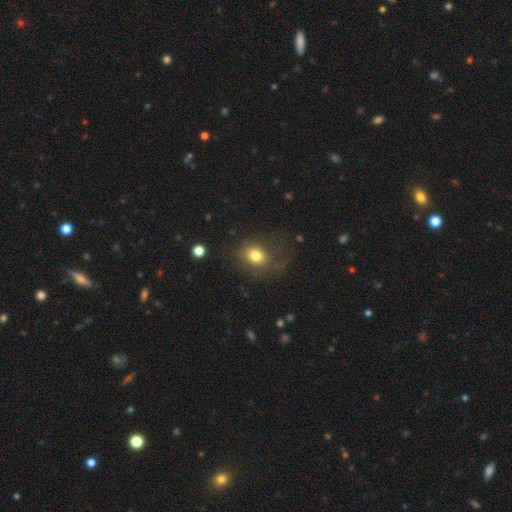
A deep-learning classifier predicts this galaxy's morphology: Smooth or featured? Predicted: smooth (p=0.77). How rounded? Predicted: round (p=0.62). Merging? Predicted: none (p=0.65).